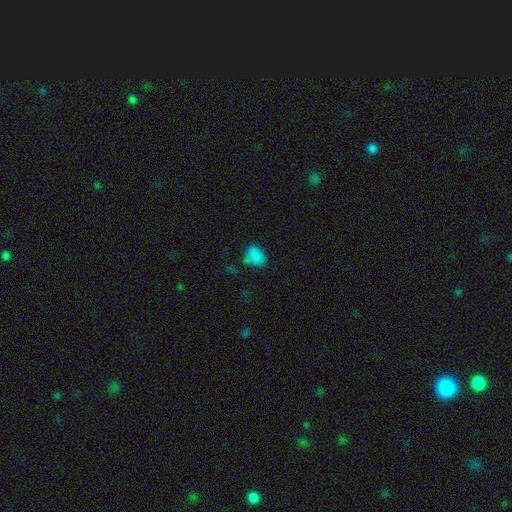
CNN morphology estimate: Smooth or featured? smooth (82%)
How rounded? in between (70%)
Merging? none (65%)